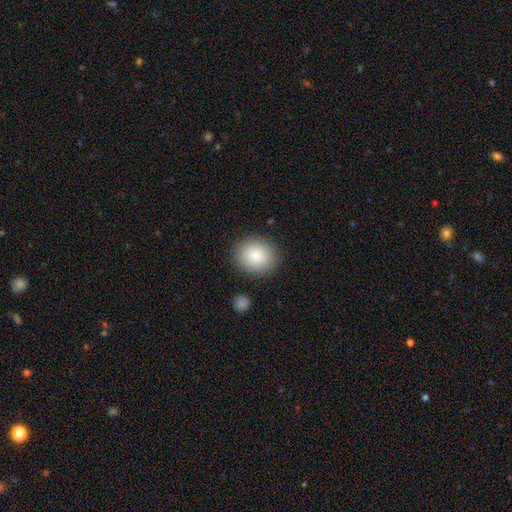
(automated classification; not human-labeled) The model was most divided on "how rounded": round: 62%, in between: 37%, cigar-shaped: 1%. More confident: merging — none (87%); smooth or featured — smooth (87%).